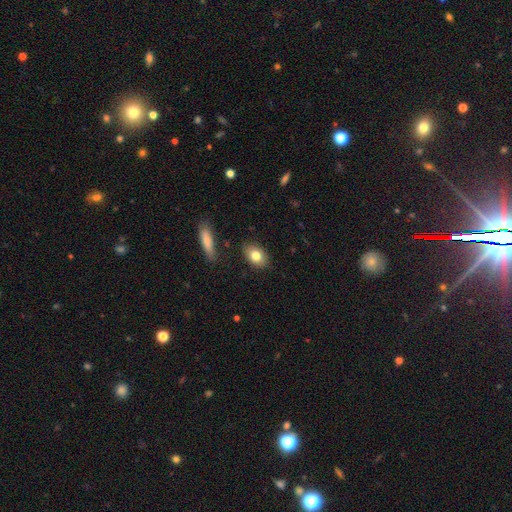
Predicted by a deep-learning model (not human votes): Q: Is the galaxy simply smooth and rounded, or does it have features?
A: smooth — 79%.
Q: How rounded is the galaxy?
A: in between — 81%.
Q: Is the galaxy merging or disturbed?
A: none — 85%.